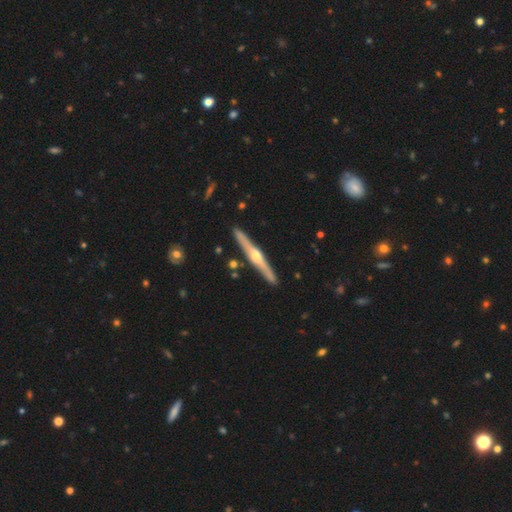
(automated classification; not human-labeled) Morphology: type=featured or disk (77%); edge-on=yes (98%); edge-on bulge=rounded (90%); merging=none (90%).